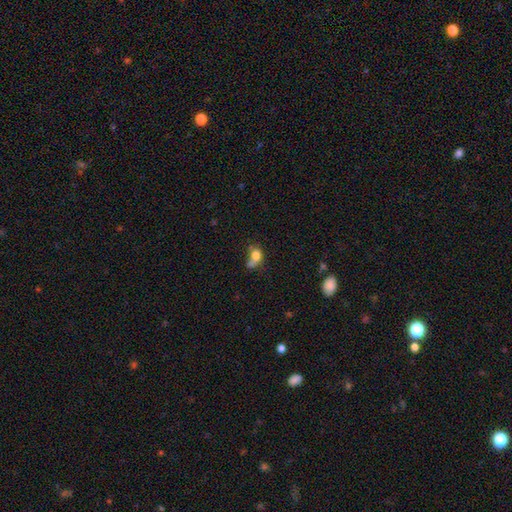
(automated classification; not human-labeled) smooth 73%, featured or disk 16%, star or artifact 12%. Down the decision tree: how rounded — in between (55%); merging — merger (30%).